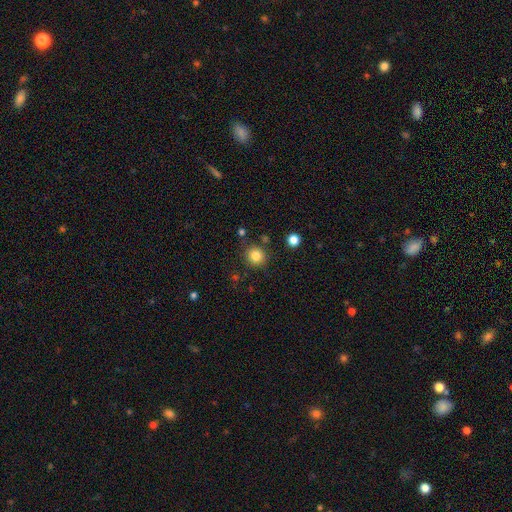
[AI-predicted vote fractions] This appears to be a smooth galaxy with no disk features (83%) that is round (91%). Merging: none (84%).